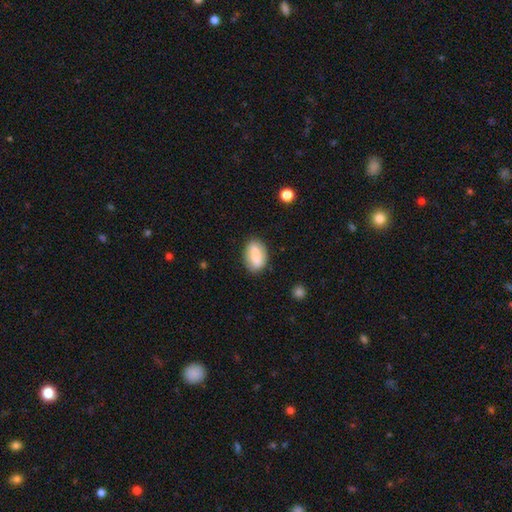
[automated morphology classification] A smooth galaxy with no disk features (58%) that is in between round and cigar-shaped (86%).

Vote fractions:
- Smooth or featured? smooth: 58% / featured or disk: 35% / star or artifact: 7%
- How rounded? in between: 86% / round: 9% / cigar-shaped: 5%
- Merging? none: 83% / minor disturbance: 12% / major disturbance: 3% / merger: 2%